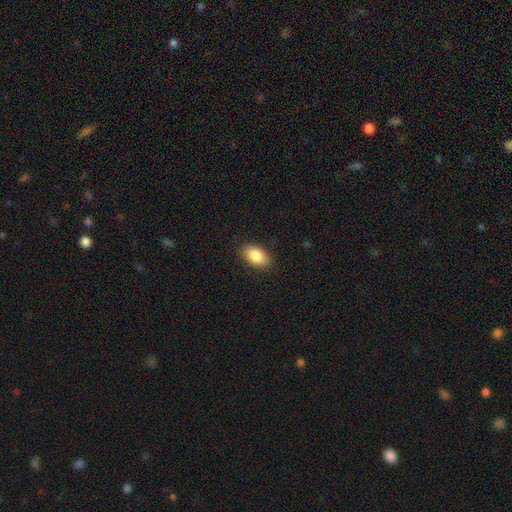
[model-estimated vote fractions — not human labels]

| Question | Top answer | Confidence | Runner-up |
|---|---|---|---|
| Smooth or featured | smooth | 87% | star or artifact (7%) |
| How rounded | in between | 92% | round (6%) |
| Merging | none | 88% | minor disturbance (9%) |